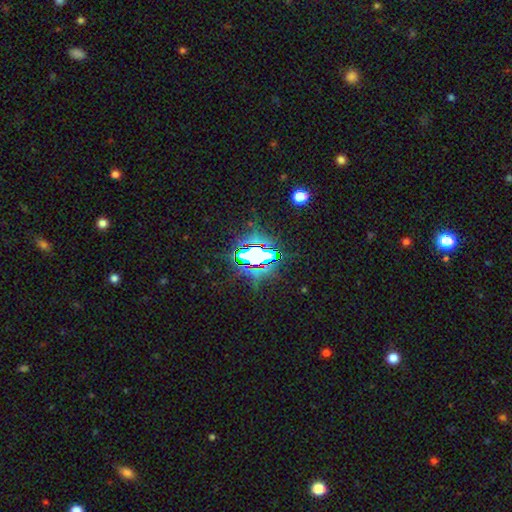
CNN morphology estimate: smooth_or_featured: star or artifact (p=0.74) [alt: smooth p=0.15]